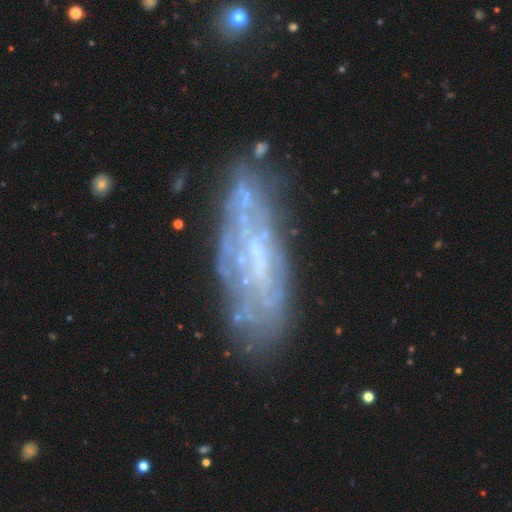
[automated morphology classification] featured or disk 72%, smooth 18%, star or artifact 10%. Down the decision tree: edge-on disk — no (80%); bar — no (53%); spiral arms — no (52%); bulge size — none (41%); merging — none (65%).